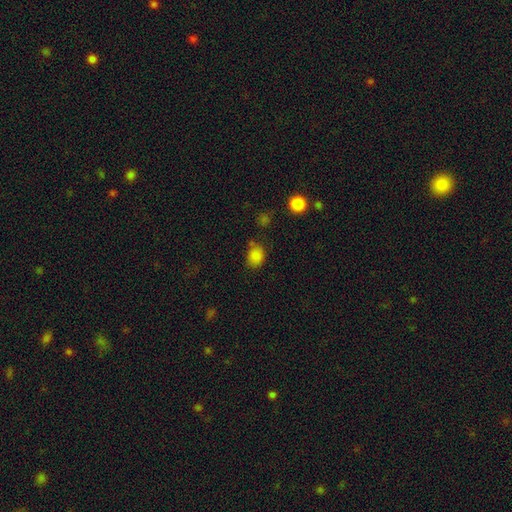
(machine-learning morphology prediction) smooth 83%, star or artifact 13%, featured or disk 5%. Down the decision tree: how rounded — round (53%); merging — none (66%).